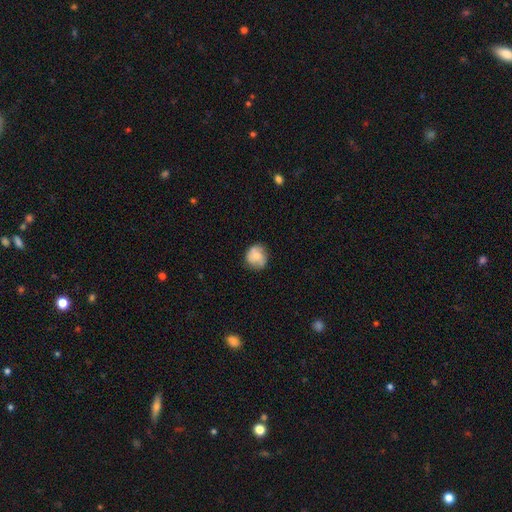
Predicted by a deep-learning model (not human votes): Smooth or featured?
  - smooth: 60% *
  - featured or disk: 32%
  - star or artifact: 8%
How rounded?
  - round: 82% *
  - in between: 17%
  - cigar-shaped: 1%
Merging?
  - none: 73% *
  - minor disturbance: 21%
  - major disturbance: 5%
  - merger: 2%